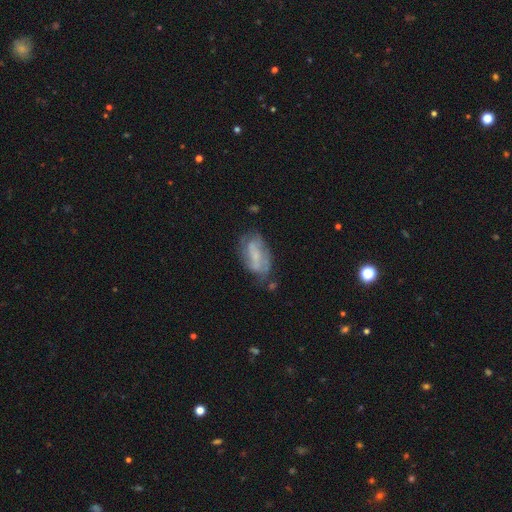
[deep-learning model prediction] featured or disk 60%, smooth 31%, star or artifact 8%. Down the decision tree: edge-on disk — no (94%); bar — weak (42%); spiral arms — yes (68%); bulge size — small (41%); merging — none (56%).